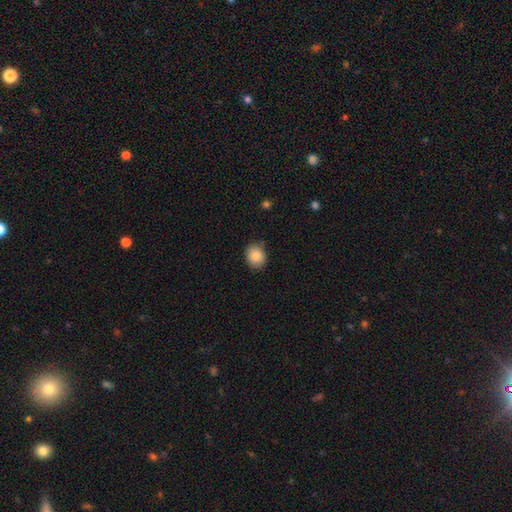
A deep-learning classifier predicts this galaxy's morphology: Q: Smooth or featured?
A: smooth (86%); runner-up: star or artifact (8%)
Q: How rounded?
A: round (61%); runner-up: in between (38%)
Q: Merging?
A: none (82%); runner-up: minor disturbance (14%)